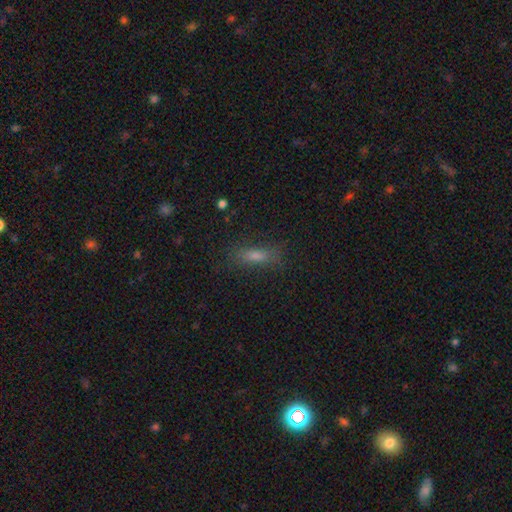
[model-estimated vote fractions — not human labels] smooth-or-featured: smooth: 69% | featured or disk: 17% | star or artifact: 14%
  how-rounded: cigar-shaped: 53% | in between: 44% | round: 4%
  merging: none: 77% | minor disturbance: 15% | major disturbance: 6% | merger: 2%